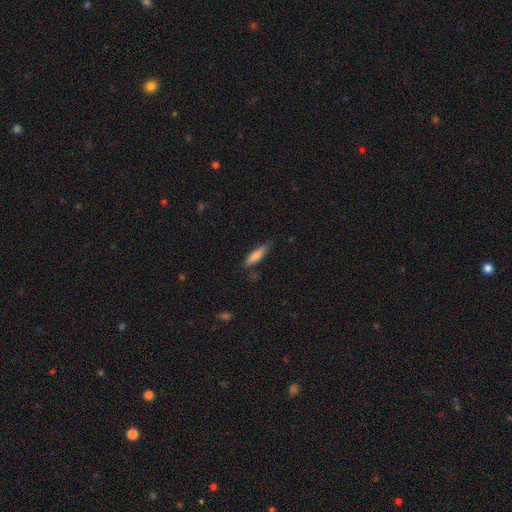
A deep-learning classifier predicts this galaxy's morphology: Smooth or featured: smooth — 72% (featured or disk — 22%)
How rounded: cigar-shaped — 77% (in between — 21%)
Merging: none — 76% (minor disturbance — 18%)